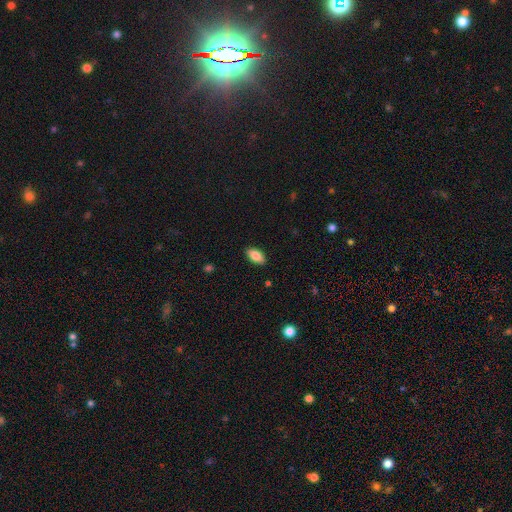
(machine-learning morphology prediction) A smooth galaxy with no disk features (85%) that is in between round and cigar-shaped (93%). Merging: none (89%).